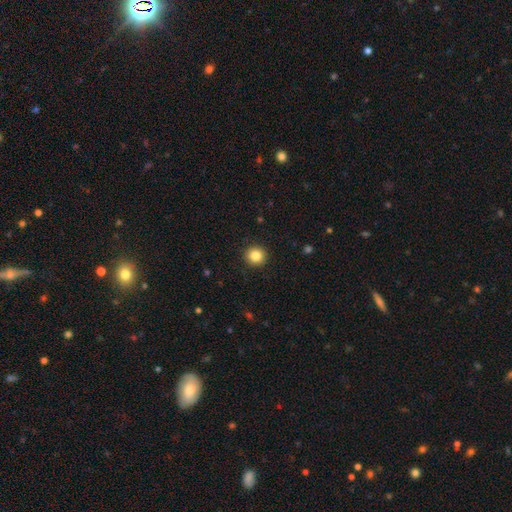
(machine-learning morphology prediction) Smooth or featured? smooth (85%)
How rounded? round (93%)
Merging? none (92%)